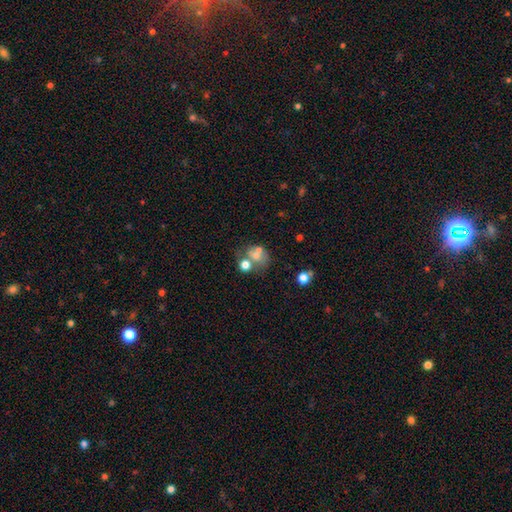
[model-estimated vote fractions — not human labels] Q: Smooth or featured?
A: smooth (56%); runner-up: featured or disk (29%)
Q: How rounded?
A: round (65%); runner-up: in between (34%)
Q: Merging?
A: merger (48%); runner-up: none (33%)